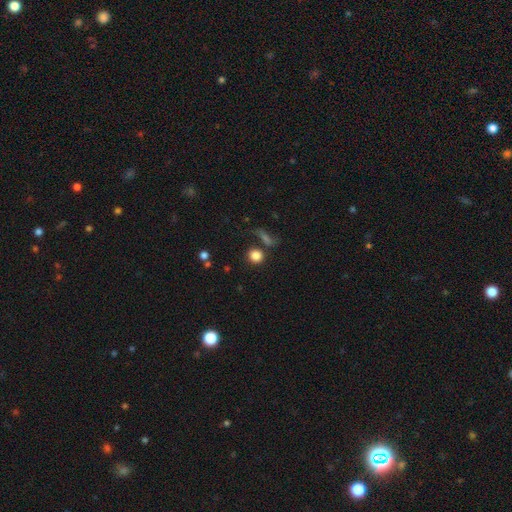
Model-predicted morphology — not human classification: The model was most divided on "merging": none: 72%, merger: 12%, minor disturbance: 11%, major disturbance: 6%. More confident: smooth or featured — smooth (84%); how rounded — round (83%).